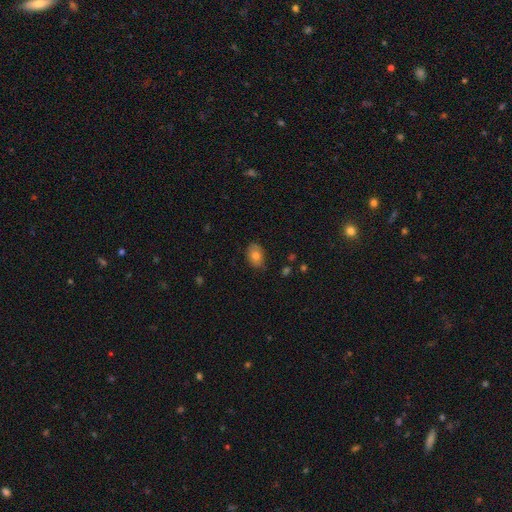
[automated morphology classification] This appears to be a smooth galaxy with no disk features (76%) that is in between round and cigar-shaped (80%). Merging: none (76%).